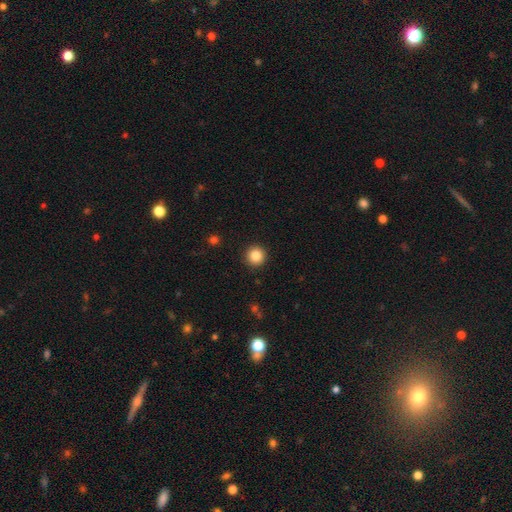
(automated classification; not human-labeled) smooth-or-featured: smooth: 85% | star or artifact: 10% | featured or disk: 5%
  how-rounded: round: 95% | in between: 4% | cigar-shaped: 1%
  merging: none: 93% | minor disturbance: 5% | major disturbance: 2% | merger: 1%